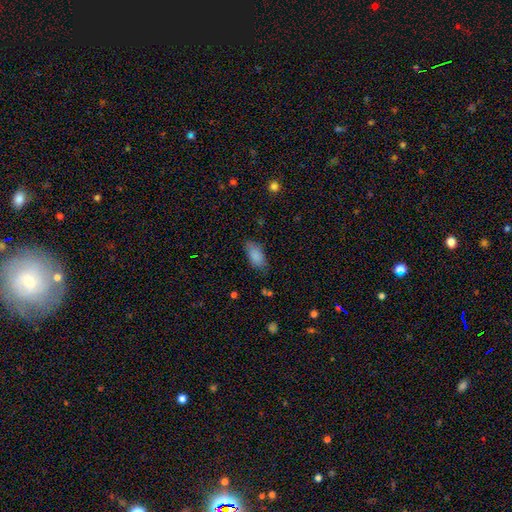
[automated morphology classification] smooth_or_featured: smooth (p=0.87) [alt: star or artifact p=0.08]
how_rounded: in between (p=0.92) [alt: cigar-shaped p=0.05]
merging: none (p=0.76) [alt: minor disturbance p=0.18]